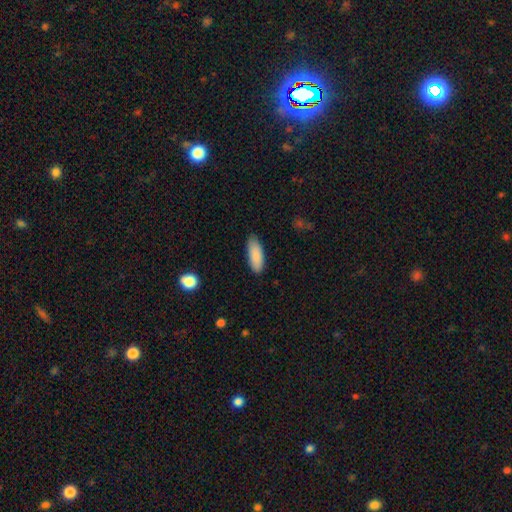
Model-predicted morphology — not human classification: Q: Smooth or featured?
A: smooth (89%); runner-up: star or artifact (6%)
Q: How rounded?
A: in between (76%); runner-up: cigar-shaped (23%)
Q: Merging?
A: none (83%); runner-up: minor disturbance (14%)